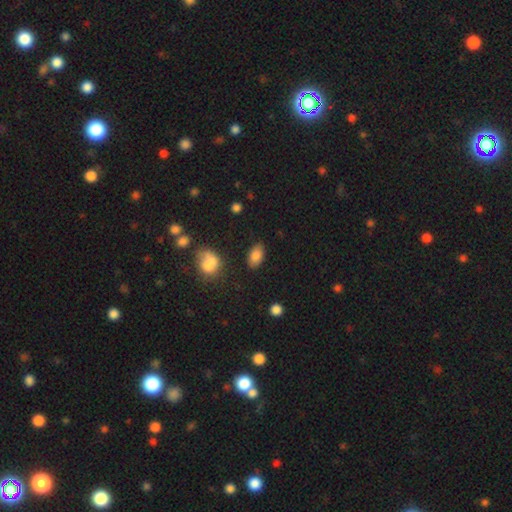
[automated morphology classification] This is clearly a smooth galaxy (83%). How rounded: clearly in between (91%). Merging: clearly none (82%).